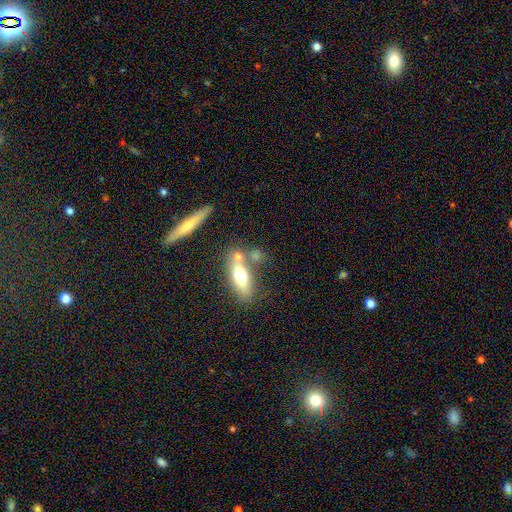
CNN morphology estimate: smooth-or-featured: smooth: 60% | featured or disk: 30% | star or artifact: 10%
  how-rounded: in between: 53% | cigar-shaped: 34% | round: 13%
  merging: none: 50% | merger: 30% | minor disturbance: 13% | major disturbance: 6%